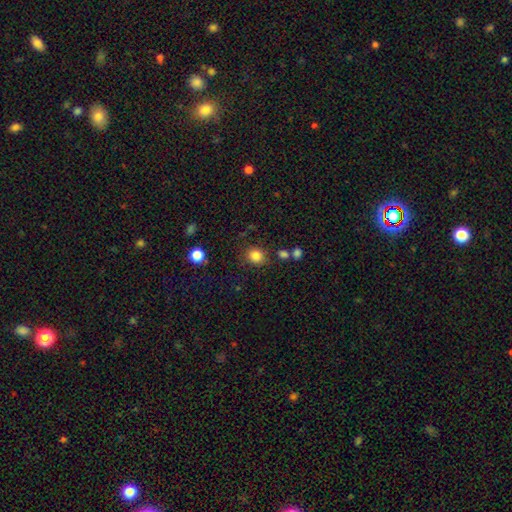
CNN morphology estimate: The model was most divided on "how rounded": round: 78%, in between: 21%, cigar-shaped: 1%. More confident: smooth or featured — smooth (83%); merging — none (81%).